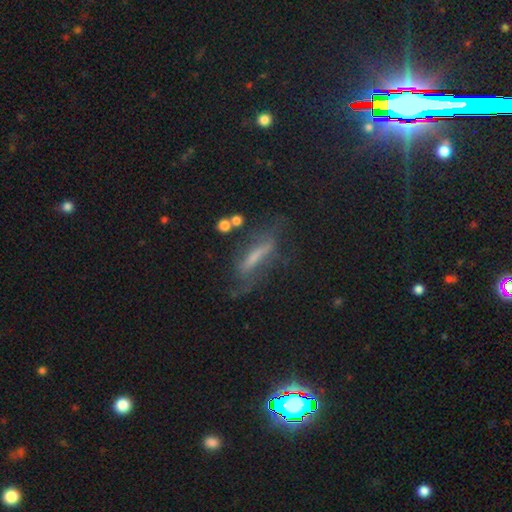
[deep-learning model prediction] The model was most divided on "smooth or featured": featured or disk: 49%, smooth: 38%, star or artifact: 13%. More confident: merging — none (51%).